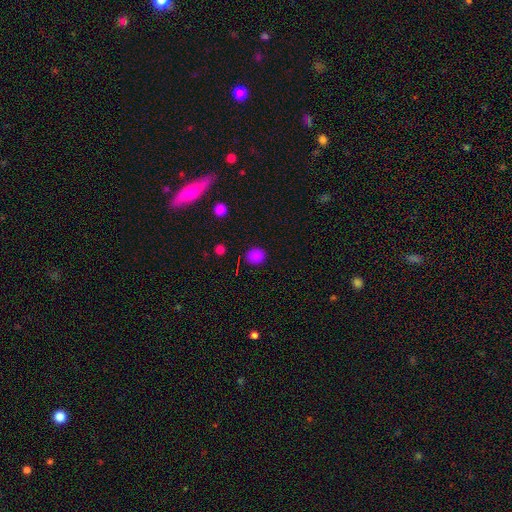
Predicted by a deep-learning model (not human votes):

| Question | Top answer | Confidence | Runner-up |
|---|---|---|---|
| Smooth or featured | smooth | 84% | star or artifact (13%) |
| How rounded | round | 75% | in between (24%) |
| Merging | none | 85% | minor disturbance (11%) |